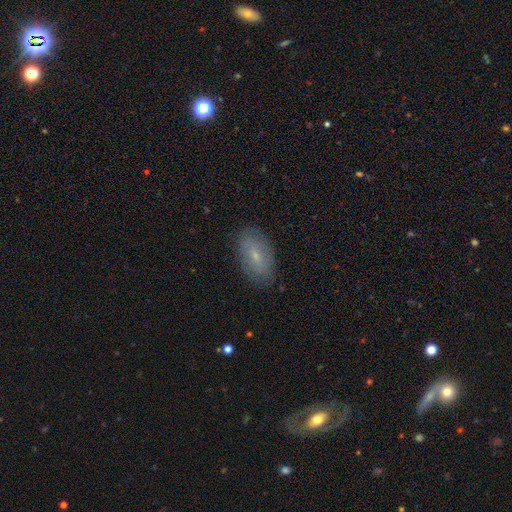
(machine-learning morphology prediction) Q: Smooth or featured?
A: smooth (56%); runner-up: featured or disk (35%)
Q: How rounded?
A: in between (91%); runner-up: round (5%)
Q: Merging?
A: none (83%); runner-up: minor disturbance (13%)